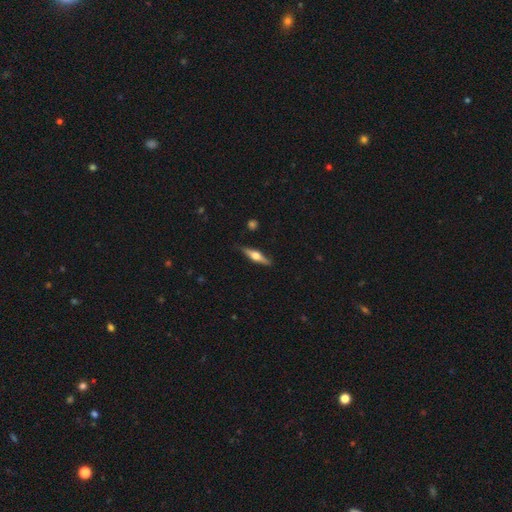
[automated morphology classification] Smooth or featured?
  - featured or disk: 65% *
  - smooth: 29%
  - star or artifact: 6%
Edge-on disk?
  - yes: 96% *
  - no: 4%
Edge-on bulge?
  - rounded: 93% *
  - boxy: 5%
  - none: 2%
Merging?
  - none: 87% *
  - minor disturbance: 10%
  - major disturbance: 2%
  - merger: 1%